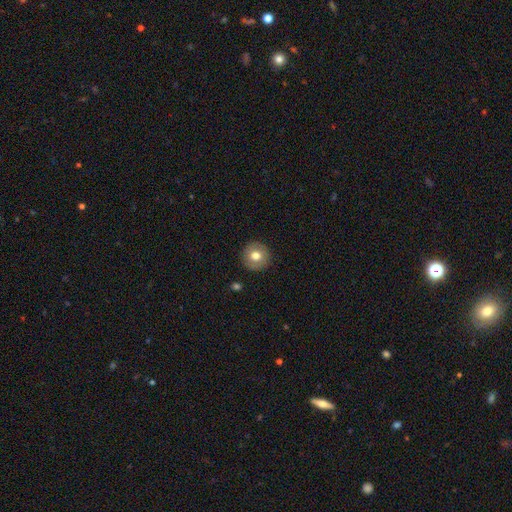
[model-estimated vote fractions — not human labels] Smooth or featured? Predicted: smooth (p=0.73). How rounded? Predicted: round (p=0.95). Merging? Predicted: none (p=0.91).